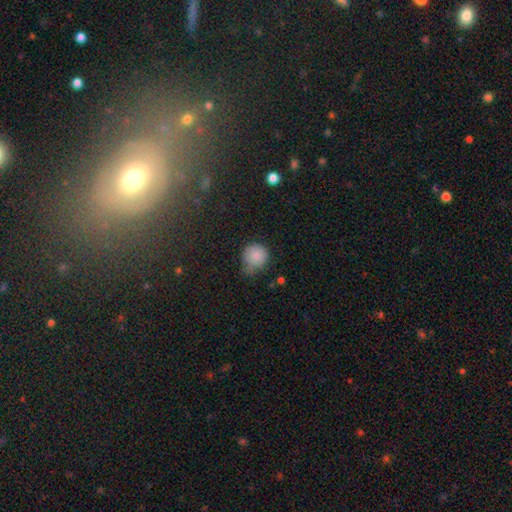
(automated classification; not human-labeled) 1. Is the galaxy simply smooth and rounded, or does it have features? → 84% smooth, 10% star or artifact, 6% featured or disk.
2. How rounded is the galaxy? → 89% round, 10% in between, 1% cigar-shaped.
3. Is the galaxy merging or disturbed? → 47% none, 38% minor disturbance, 10% major disturbance, 5% merger.